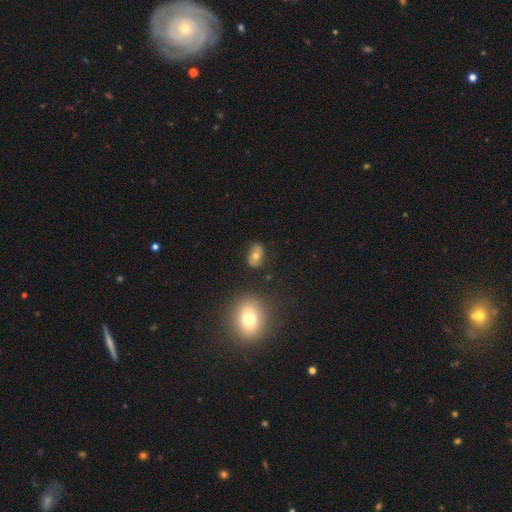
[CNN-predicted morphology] Smooth or featured?
  - smooth: 54% *
  - featured or disk: 31%
  - star or artifact: 15%
How rounded?
  - in between: 68% *
  - round: 30%
  - cigar-shaped: 2%
Merging?
  - none: 74% *
  - minor disturbance: 16%
  - major disturbance: 5%
  - merger: 4%